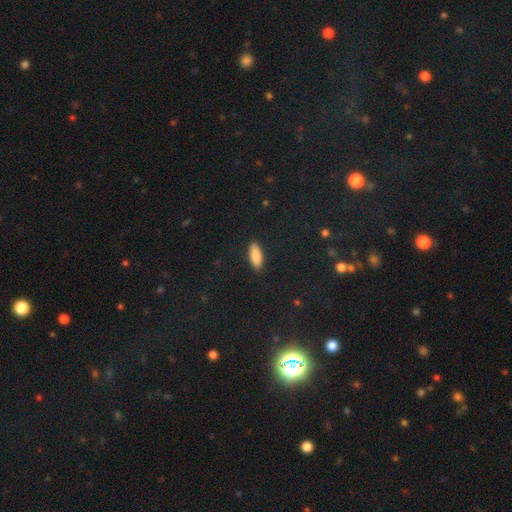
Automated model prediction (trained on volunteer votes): Morphology: type=smooth (86%); roundness=in between (69%); merging=none (88%).